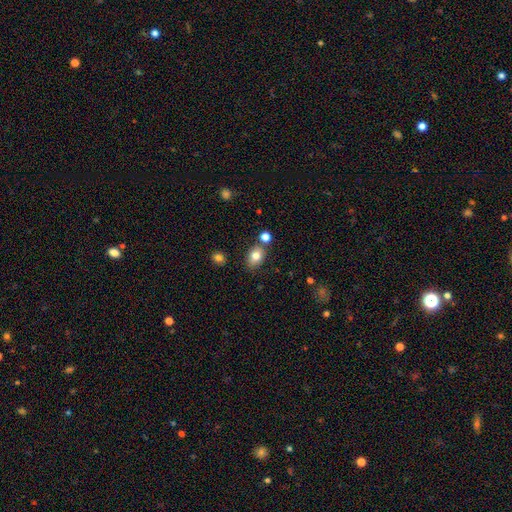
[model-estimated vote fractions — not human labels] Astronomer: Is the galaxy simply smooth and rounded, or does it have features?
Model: smooth — 79%.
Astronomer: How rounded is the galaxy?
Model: in between — 75%.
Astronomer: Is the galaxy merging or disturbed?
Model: none — 72%.